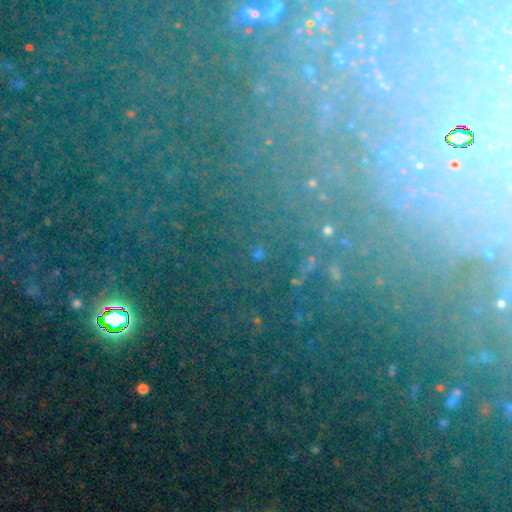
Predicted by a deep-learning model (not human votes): This is likely a star or artifact rather than a galaxy (72%).